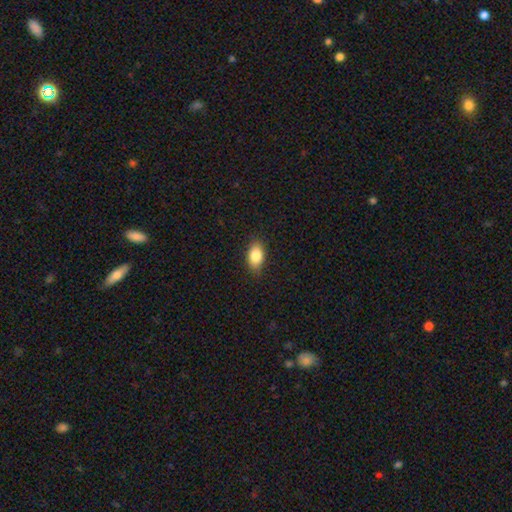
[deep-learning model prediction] smooth-or-featured: smooth: 84% | featured or disk: 8% | star or artifact: 8%
  how-rounded: in between: 87% | round: 10% | cigar-shaped: 3%
  merging: none: 83% | minor disturbance: 13% | major disturbance: 3% | merger: 1%